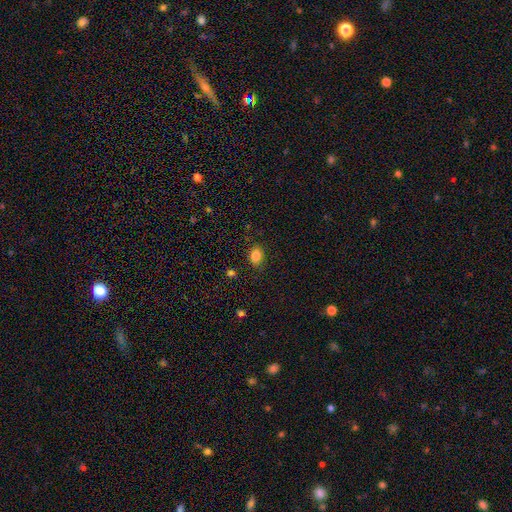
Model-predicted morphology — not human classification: smooth 84%, star or artifact 10%, featured or disk 5%. Down the decision tree: how rounded — in between (72%); merging — none (85%).